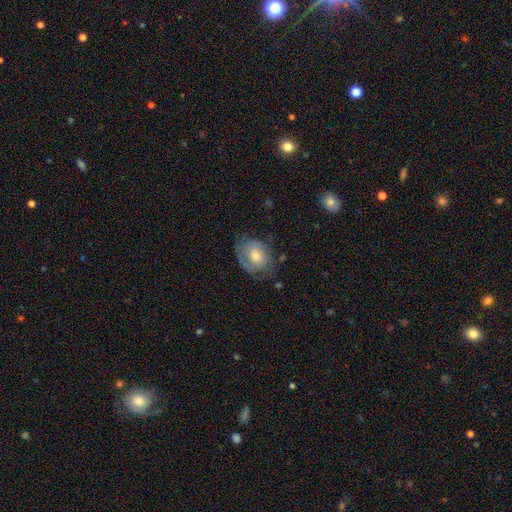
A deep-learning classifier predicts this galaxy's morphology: A smooth galaxy with no disk features (57%) that is in between round and cigar-shaped (64%).

Vote fractions:
- Smooth or featured? smooth: 57% / featured or disk: 35% / star or artifact: 7%
- How rounded? in between: 64% / round: 35% / cigar-shaped: 1%
- Merging? none: 57% / minor disturbance: 27% / major disturbance: 14% / merger: 2%